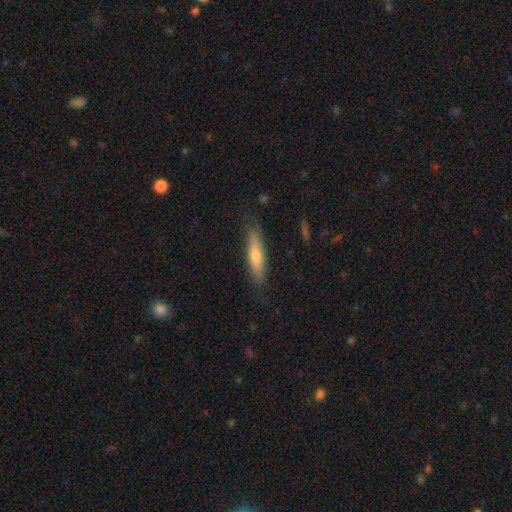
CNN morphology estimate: Smooth or featured? Predicted: smooth (p=0.59). How rounded? Predicted: cigar-shaped (p=0.78). Merging? Predicted: none (p=0.81).